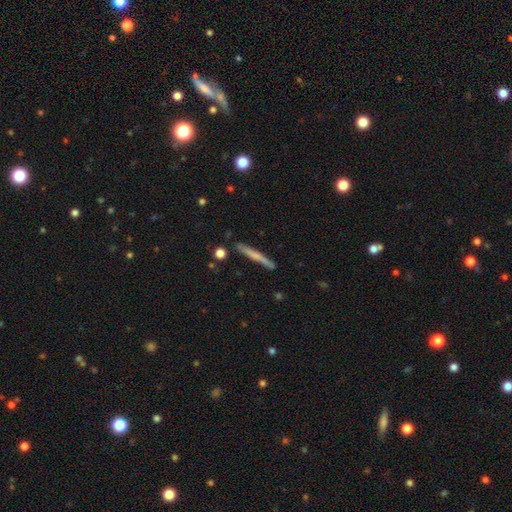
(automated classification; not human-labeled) Q: Smooth or featured?
A: smooth (53%); runner-up: featured or disk (41%)
Q: How rounded?
A: cigar-shaped (96%); runner-up: in between (3%)
Q: Merging?
A: none (86%); runner-up: minor disturbance (10%)